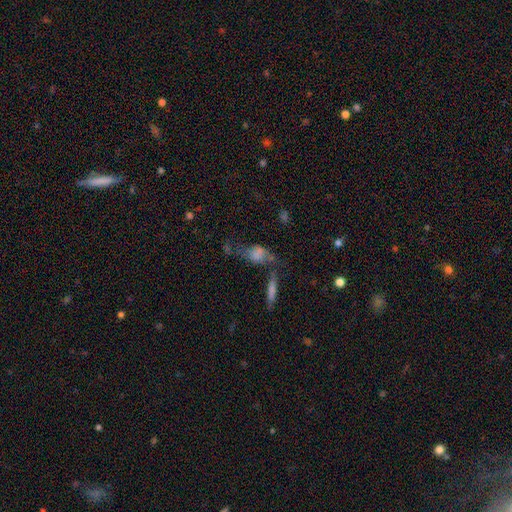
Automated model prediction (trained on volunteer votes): smooth 40%, featured or disk 38%, star or artifact 22%. Down the decision tree: merging — none (44%).